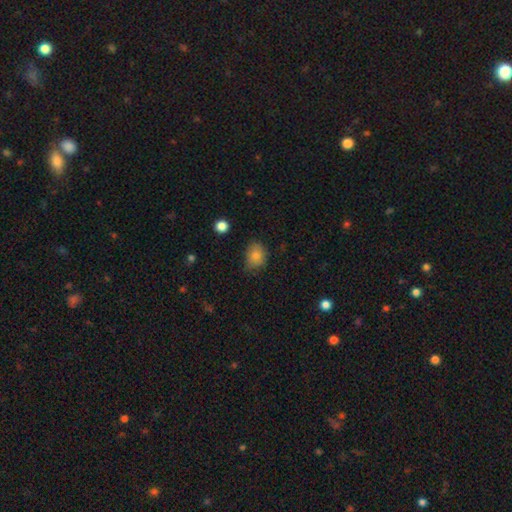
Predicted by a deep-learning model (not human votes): smooth_or_featured: smooth (p=0.82) [alt: star or artifact p=0.10]
how_rounded: in between (p=0.52) [alt: round p=0.47]
merging: none (p=0.67) [alt: minor disturbance p=0.26]